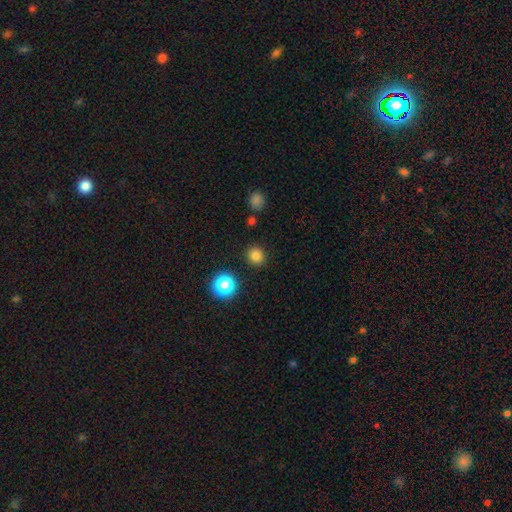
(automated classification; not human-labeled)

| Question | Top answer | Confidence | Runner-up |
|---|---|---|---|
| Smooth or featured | smooth | 80% | star or artifact (15%) |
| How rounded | round | 91% | in between (8%) |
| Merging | none | 89% | minor disturbance (6%) |